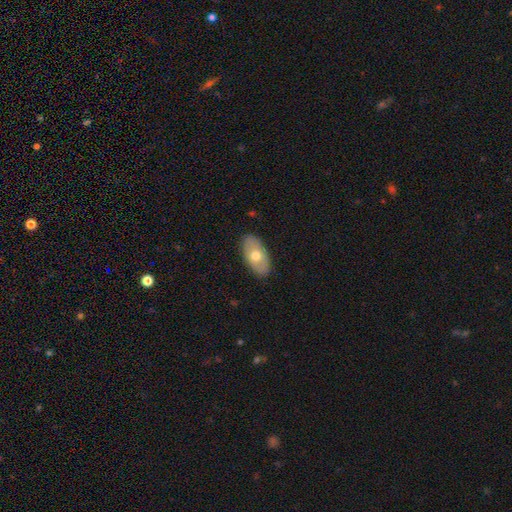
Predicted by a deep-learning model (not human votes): A smooth galaxy with no disk features (63%) that is in between round and cigar-shaped (93%). Merging: none (87%).